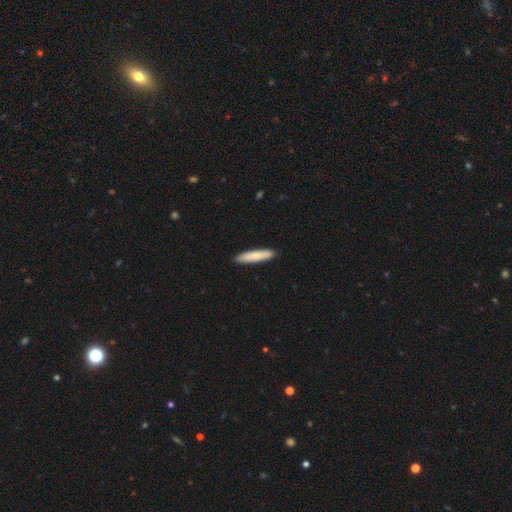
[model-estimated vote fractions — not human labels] This is clearly a smooth galaxy (81%). How rounded: clearly cigar-shaped (84%). Merging: clearly none (91%).